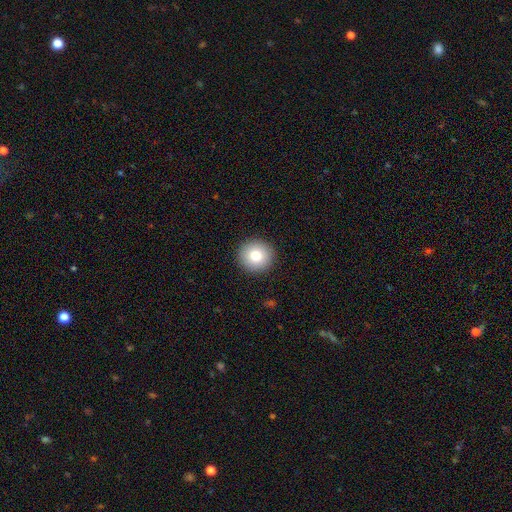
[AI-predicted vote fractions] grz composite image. It shows a smooth galaxy with no disk features (80%) that is round (94%). Merging: none (92%).